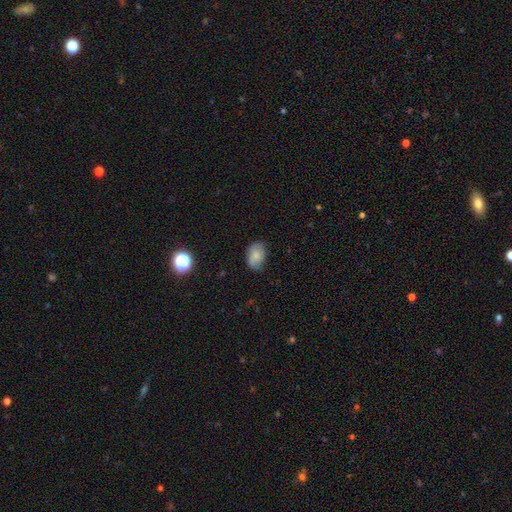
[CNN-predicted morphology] smooth-or-featured: smooth: 80% | featured or disk: 12% | star or artifact: 9%
  how-rounded: in between: 84% | round: 14% | cigar-shaped: 1%
  merging: none: 74% | minor disturbance: 21% | major disturbance: 4% | merger: 1%